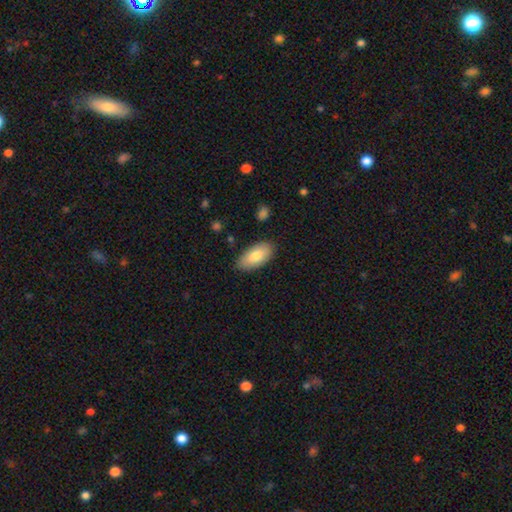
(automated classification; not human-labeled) smooth-or-featured: smooth: 78% | featured or disk: 16% | star or artifact: 6%
  how-rounded: in between: 93% | cigar-shaped: 4% | round: 3%
  merging: none: 85% | minor disturbance: 11% | major disturbance: 2% | merger: 1%